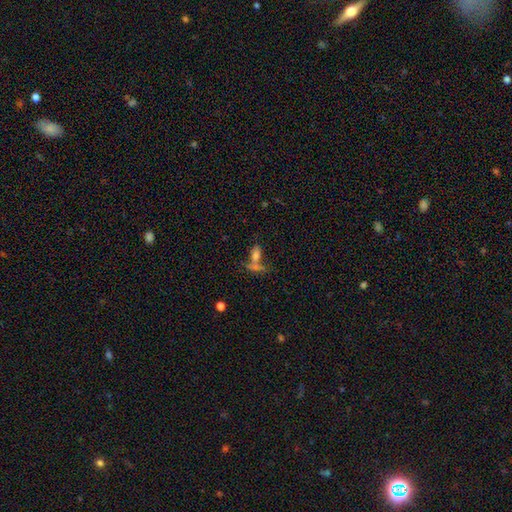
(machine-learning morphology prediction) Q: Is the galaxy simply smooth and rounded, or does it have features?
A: smooth — 68%.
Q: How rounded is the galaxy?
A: in between — 72%.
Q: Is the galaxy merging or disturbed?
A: merger — 46%.